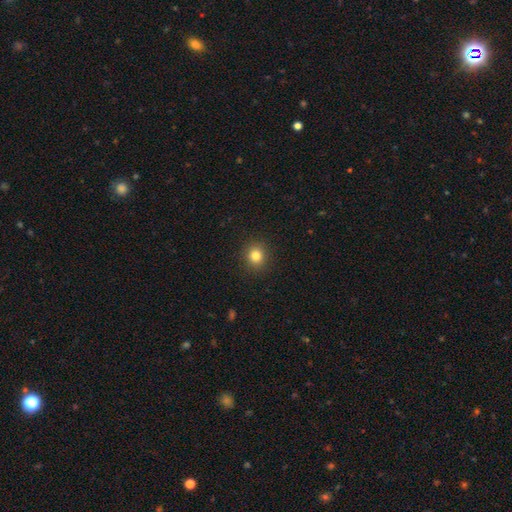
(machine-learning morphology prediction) Smooth or featured? smooth (82%)
How rounded? round (85%)
Merging? none (91%)